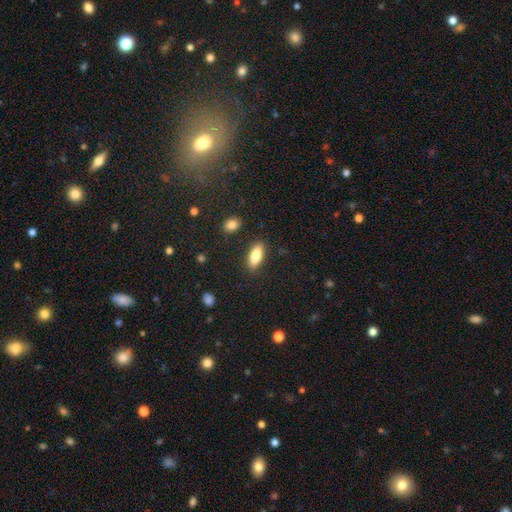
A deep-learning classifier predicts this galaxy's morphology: smooth 84%, featured or disk 10%, star or artifact 7%. Down the decision tree: how rounded — in between (79%); merging — none (86%).